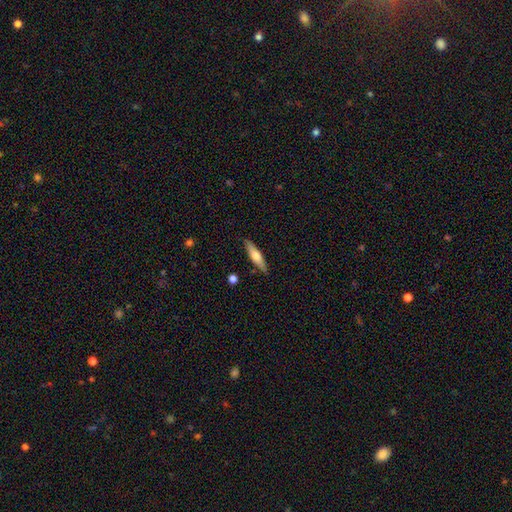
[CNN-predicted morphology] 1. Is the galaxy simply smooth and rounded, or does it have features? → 50% smooth, 44% featured or disk, 6% star or artifact.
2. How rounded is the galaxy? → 79% cigar-shaped, 20% in between, 2% round.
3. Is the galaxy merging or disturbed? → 87% none, 9% minor disturbance, 2% major disturbance, 2% merger.